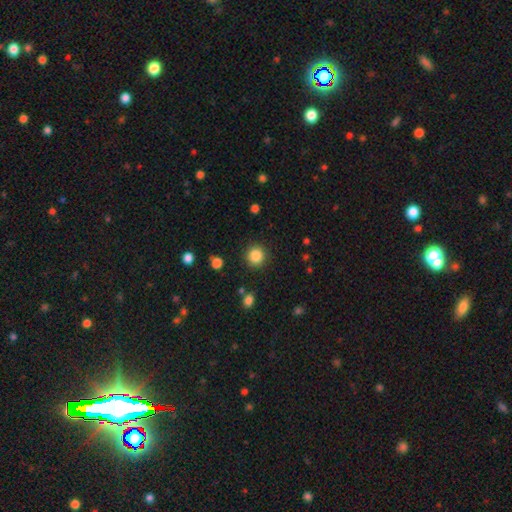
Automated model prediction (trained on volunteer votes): This appears to be a smooth galaxy with no disk features (86%) that is round (93%). Merging: none (89%).